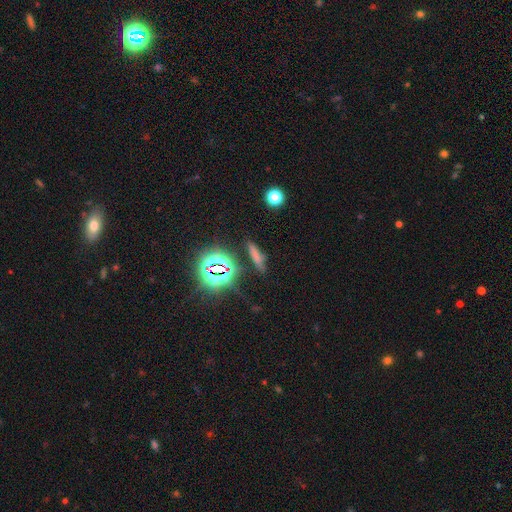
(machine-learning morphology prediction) Overall: smooth (59%; star or artifact 27%). How rounded: cigar-shaped (78%). Merging: none (78%).